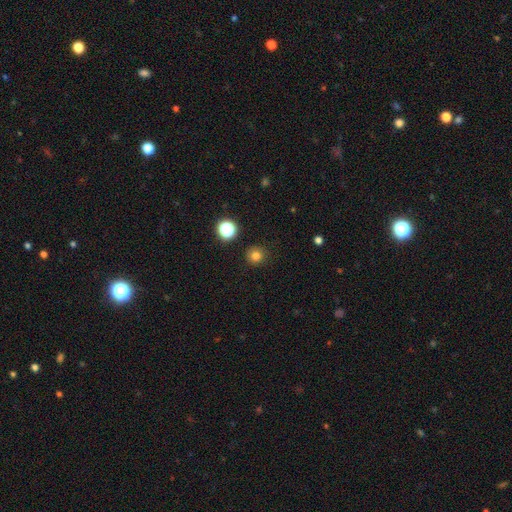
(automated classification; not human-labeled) A smooth galaxy with no disk features (80%) that is round (94%). Merging: none (91%).